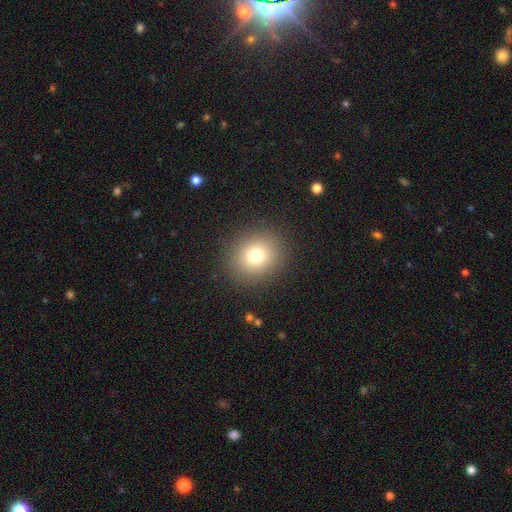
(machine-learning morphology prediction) Smooth or featured: smooth — 76% (star or artifact — 14%)
How rounded: round — 83% (in between — 16%)
Merging: none — 89% (minor disturbance — 6%)